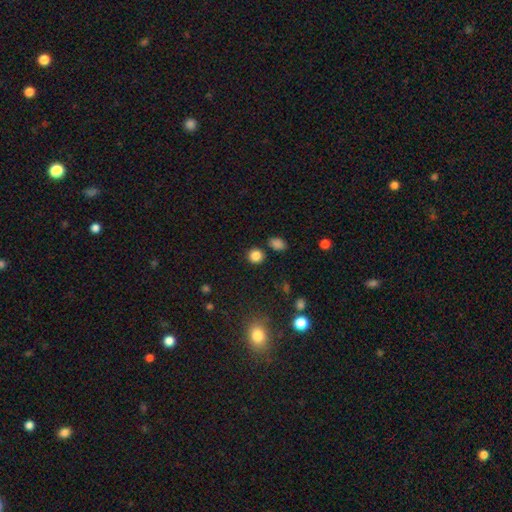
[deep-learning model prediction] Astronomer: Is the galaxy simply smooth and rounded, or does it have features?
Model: smooth — 84%.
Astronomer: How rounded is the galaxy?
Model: round — 89%.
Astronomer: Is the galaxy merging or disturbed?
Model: none — 85%.